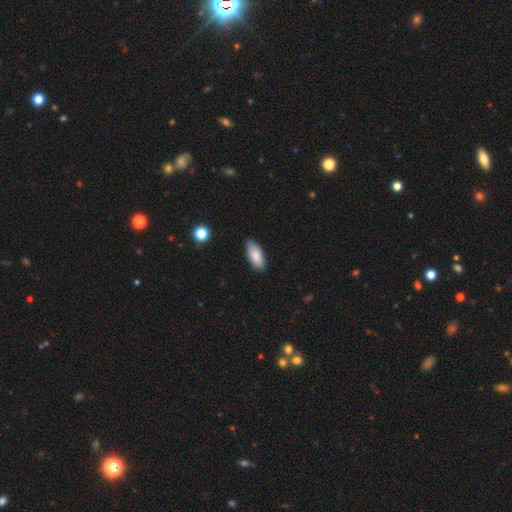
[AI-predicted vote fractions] This is clearly a smooth galaxy (85%). How rounded: clearly in between (88%). Merging: clearly none (84%).